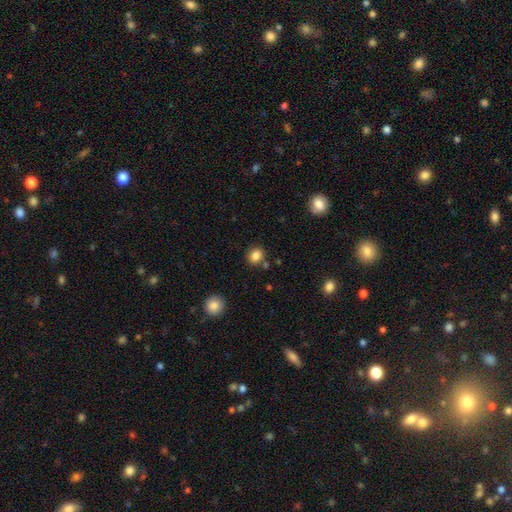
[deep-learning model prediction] Smooth or featured? Predicted: smooth (p=0.84). How rounded? Predicted: round (p=0.73). Merging? Predicted: none (p=0.81).